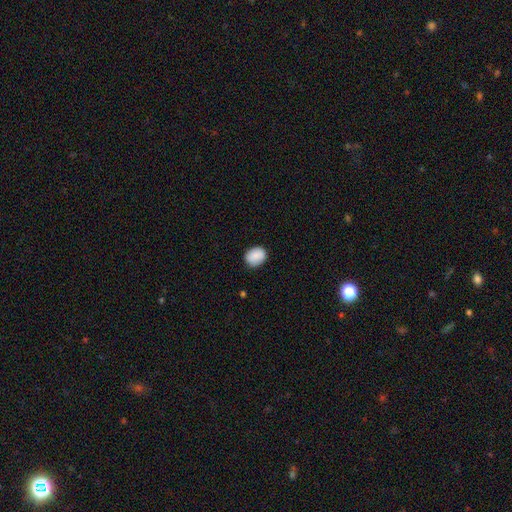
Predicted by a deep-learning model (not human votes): A smooth galaxy with no disk features (87%) that is in between round and cigar-shaped (51%). Merging: none (83%).